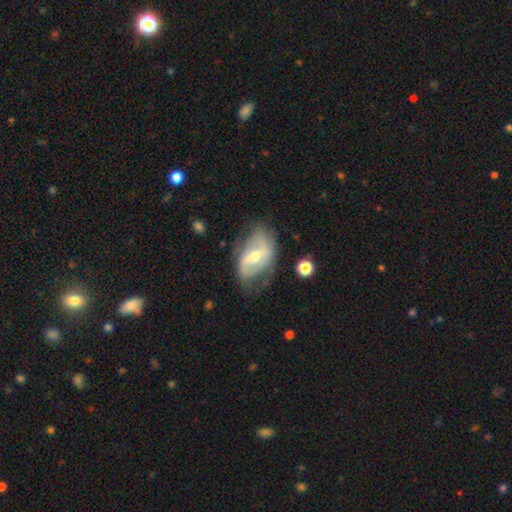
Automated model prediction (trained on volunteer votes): smooth-or-featured: featured or disk: 74% | smooth: 20% | star or artifact: 7%
  disk-edge-on: no: 95% | yes: 5%
    bar: weak: 42% | strong: 32% | no: 26%
    has-spiral-arms: yes: 79% | no: 21%
      spiral-winding: loose: 52% | medium: 32% | tight: 16%
      spiral-arm-count: 2: 77% | can't tell: 15% | 1: 5% | 3: 2% | 4: 1% | more than 4: 1%
    bulge-size: small: 49% | moderate: 47% | large: 2% | none: 1% | dominant: 1%
  merging: none: 61% | minor disturbance: 26% | major disturbance: 11% | merger: 2%